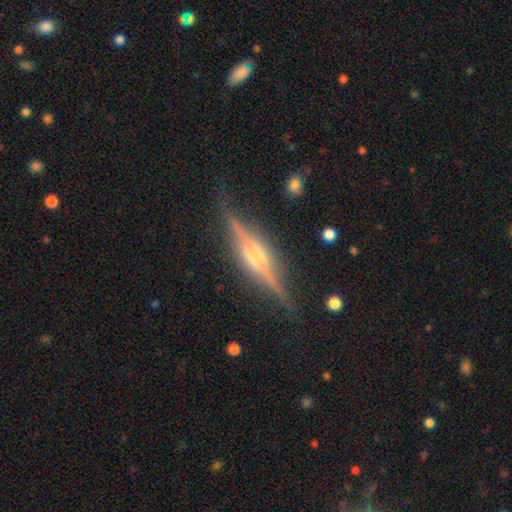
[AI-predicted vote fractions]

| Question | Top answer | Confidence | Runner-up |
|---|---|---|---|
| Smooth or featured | featured or disk | 84% | smooth (9%) |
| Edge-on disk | yes | 97% | no (3%) |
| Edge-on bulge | rounded | 82% | boxy (14%) |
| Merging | none | 85% | minor disturbance (11%) |